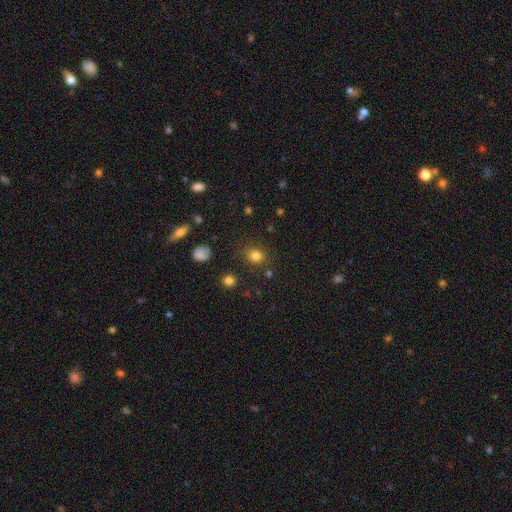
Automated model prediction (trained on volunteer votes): This is clearly a smooth galaxy (80%). How rounded: likely round (78%). Merging: clearly none (84%).